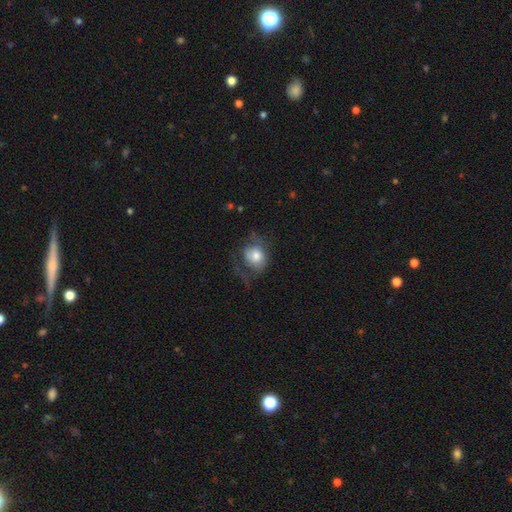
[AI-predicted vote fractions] Smooth or featured?
  - smooth: 59% *
  - featured or disk: 32%
  - star or artifact: 8%
How rounded?
  - round: 61% *
  - in between: 38%
  - cigar-shaped: 1%
Merging?
  - major disturbance: 38% *
  - none: 35%
  - minor disturbance: 24%
  - merger: 2%